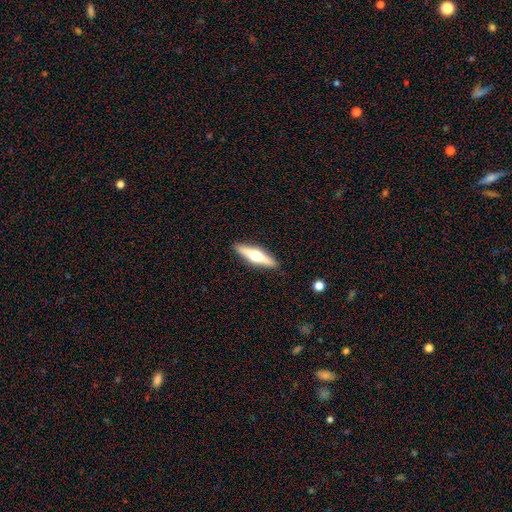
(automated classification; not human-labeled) Overall: featured or disk (61%; smooth 34%). Edge-on disk: yes (96%). Edge-on bulge: rounded (95%). Merging: none (91%).